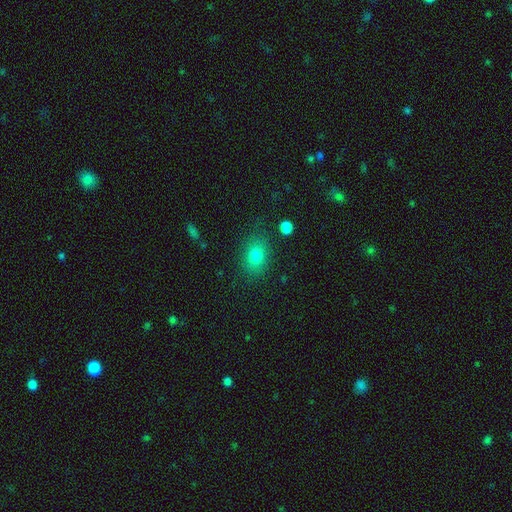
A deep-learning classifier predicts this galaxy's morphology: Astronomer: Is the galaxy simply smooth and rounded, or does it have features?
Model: smooth — 79%.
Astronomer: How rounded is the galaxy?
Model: in between — 61% (runner-up: round, 37%).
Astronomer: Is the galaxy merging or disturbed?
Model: none — 77%.